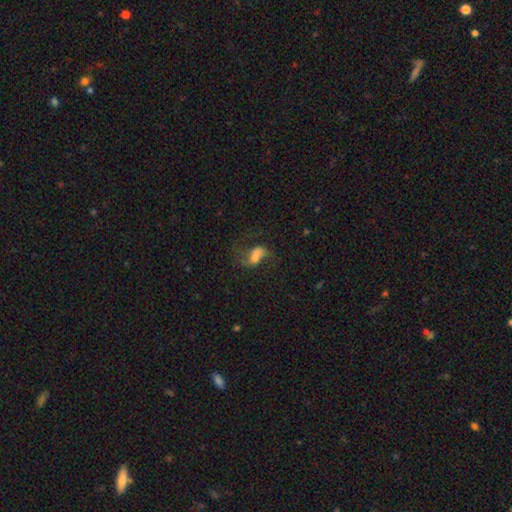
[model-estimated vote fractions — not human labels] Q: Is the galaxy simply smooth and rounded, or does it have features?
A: featured or disk — 47%.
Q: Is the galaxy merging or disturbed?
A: none — 49%.